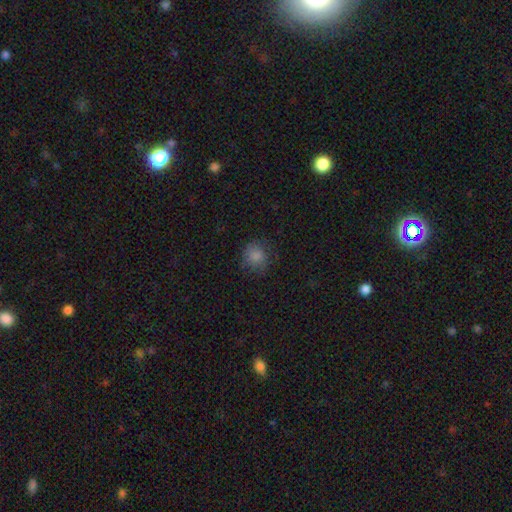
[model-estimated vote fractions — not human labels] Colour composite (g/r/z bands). It shows a smooth galaxy with no disk features (83%) that is round (85%). Merging: none (76%).